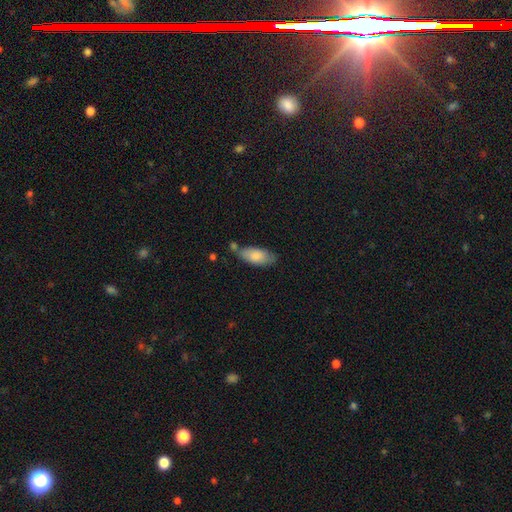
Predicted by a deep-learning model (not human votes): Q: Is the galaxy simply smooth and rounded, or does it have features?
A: smooth — 81%.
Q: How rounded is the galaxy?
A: in between — 86%.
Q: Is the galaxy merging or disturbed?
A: none — 59%.